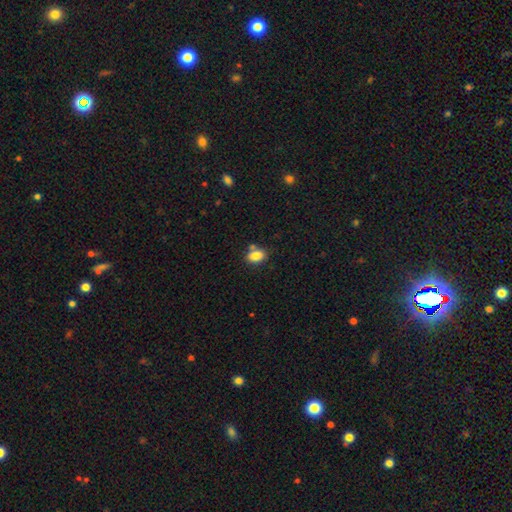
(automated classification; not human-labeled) Q: Smooth or featured?
A: smooth (84%); runner-up: star or artifact (9%)
Q: How rounded?
A: in between (80%); runner-up: round (18%)
Q: Merging?
A: none (68%); runner-up: minor disturbance (14%)